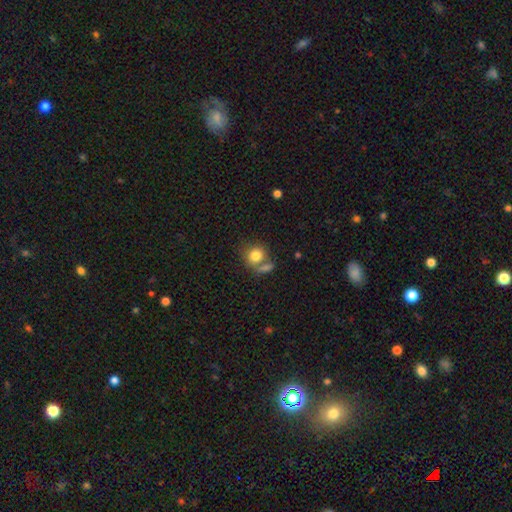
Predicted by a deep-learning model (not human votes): A smooth galaxy with no disk features (81%) that is round (76%). Merging: none (52%).